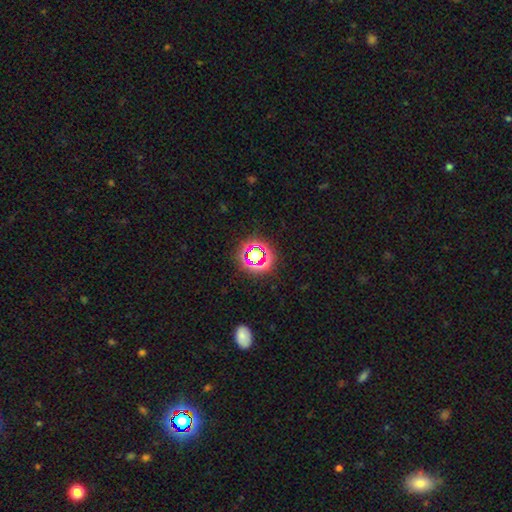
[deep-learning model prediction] This is likely a star or artifact rather than a galaxy (61%).